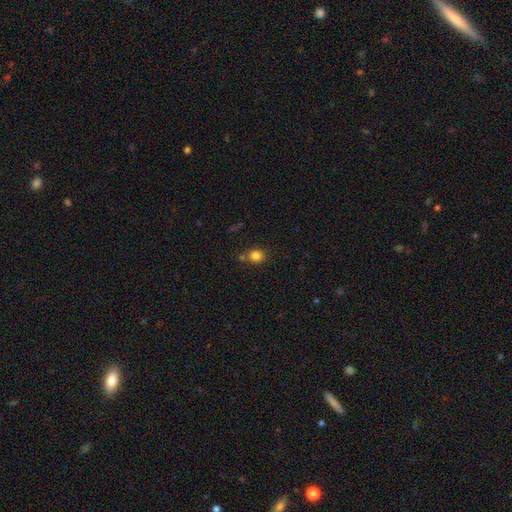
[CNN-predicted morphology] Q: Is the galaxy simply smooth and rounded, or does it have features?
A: smooth — 83%.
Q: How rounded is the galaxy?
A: round — 60%.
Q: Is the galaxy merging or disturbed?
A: none — 71%.